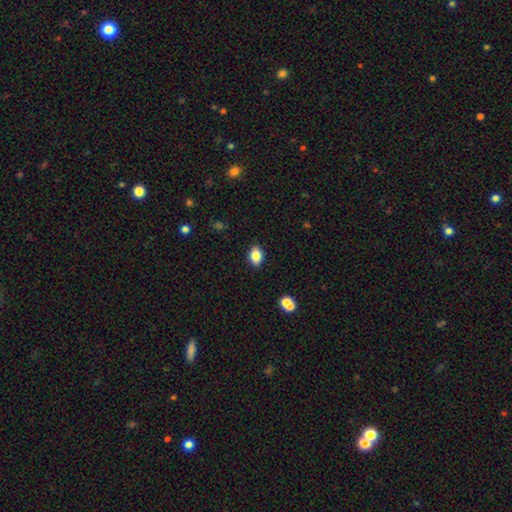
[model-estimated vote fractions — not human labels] This is clearly a smooth galaxy (83%). How rounded: likely in between (78%). Merging: clearly none (87%).